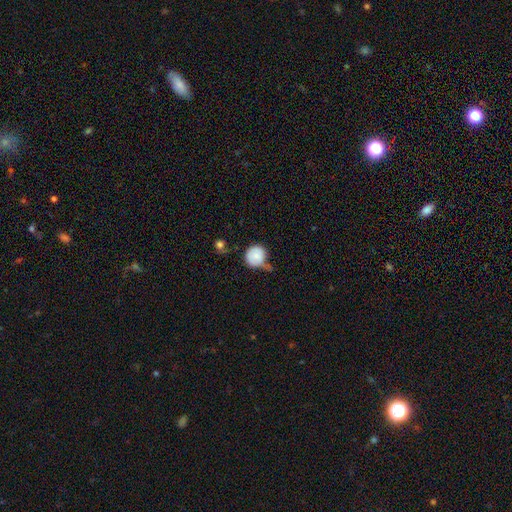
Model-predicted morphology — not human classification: smooth 79%, featured or disk 13%, star or artifact 8%. Down the decision tree: how rounded — round (87%); merging — minor disturbance (39%).